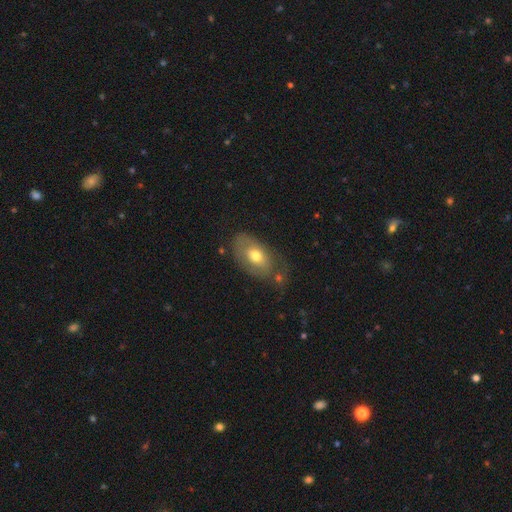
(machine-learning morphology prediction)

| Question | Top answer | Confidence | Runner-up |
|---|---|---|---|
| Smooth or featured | smooth | 63% | featured or disk (29%) |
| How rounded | in between | 89% | round (9%) |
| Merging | none | 59% | minor disturbance (24%) |